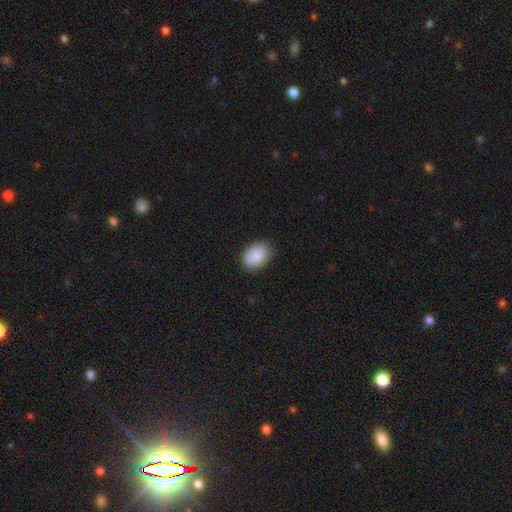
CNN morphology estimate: Smooth or featured? smooth (87%)
How rounded? in between (78%)
Merging? none (84%)